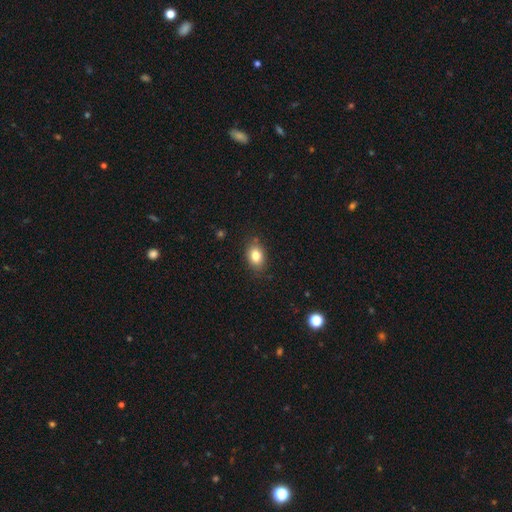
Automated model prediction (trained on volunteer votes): This is clearly a smooth galaxy (81%). How rounded: likely in between (75%). Merging: clearly none (83%).